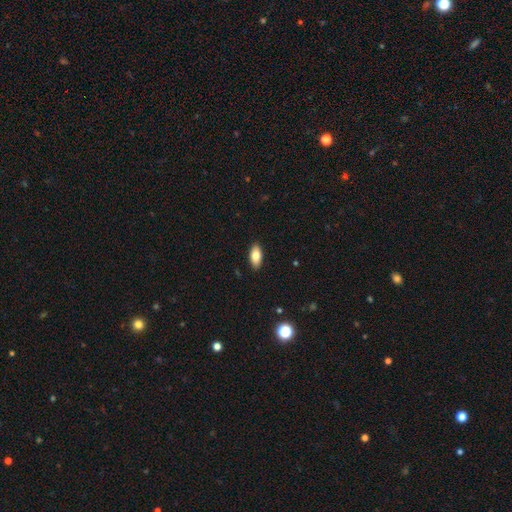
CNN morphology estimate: The model was most divided on "smooth or featured": smooth: 81%, featured or disk: 12%, star or artifact: 7%. More confident: merging — none (90%); how rounded — in between (90%).